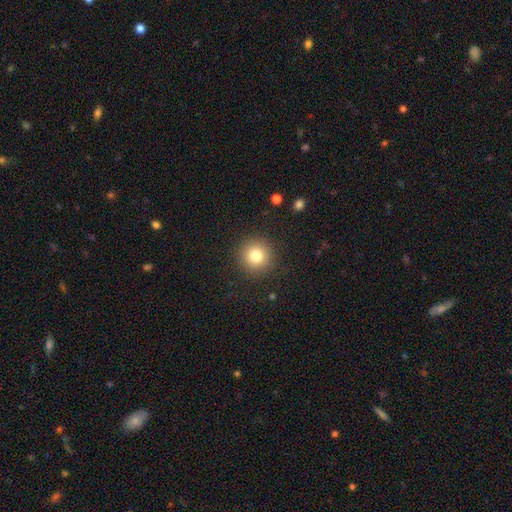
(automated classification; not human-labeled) Q: Smooth or featured?
A: smooth (81%); runner-up: star or artifact (11%)
Q: How rounded?
A: round (95%); runner-up: in between (4%)
Q: Merging?
A: none (91%); runner-up: minor disturbance (6%)